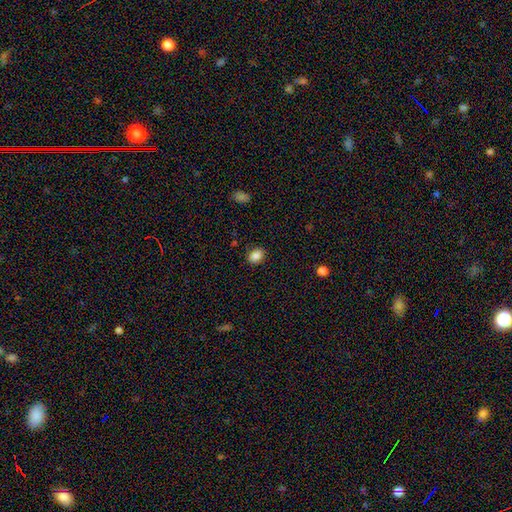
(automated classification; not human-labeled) Smooth or featured? smooth (86%)
How rounded? in between (58%)
Merging? none (87%)